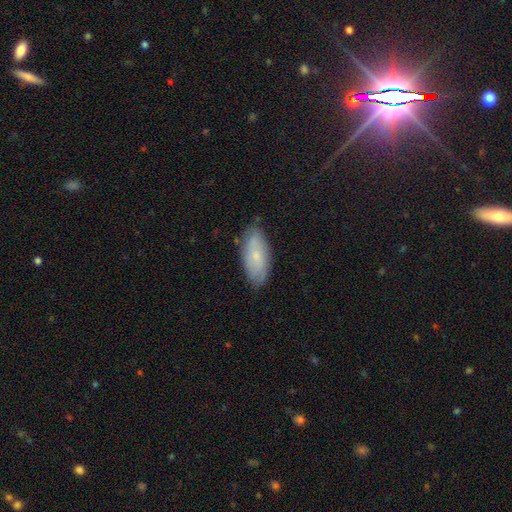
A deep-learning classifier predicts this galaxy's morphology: Smooth or featured?
  - smooth: 65% *
  - featured or disk: 28%
  - star or artifact: 7%
How rounded?
  - in between: 88% *
  - cigar-shaped: 10%
  - round: 2%
Merging?
  - none: 79% *
  - minor disturbance: 16%
  - major disturbance: 3%
  - merger: 1%